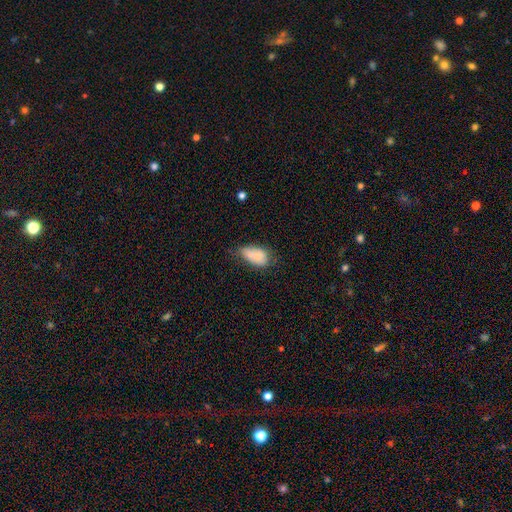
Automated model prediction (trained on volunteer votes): Overall: smooth (78%). How rounded: in between (91%). Merging: none (44%; minor disturbance 36%).